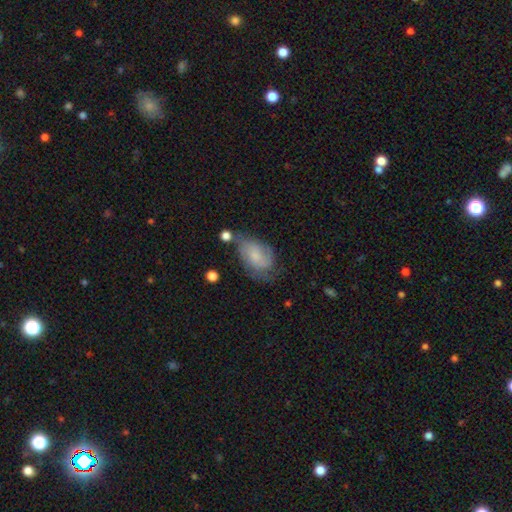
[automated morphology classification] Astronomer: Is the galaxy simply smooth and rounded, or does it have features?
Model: featured or disk — 47% (runner-up: smooth, 45%).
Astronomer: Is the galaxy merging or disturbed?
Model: none — 44% (runner-up: minor disturbance, 31%).